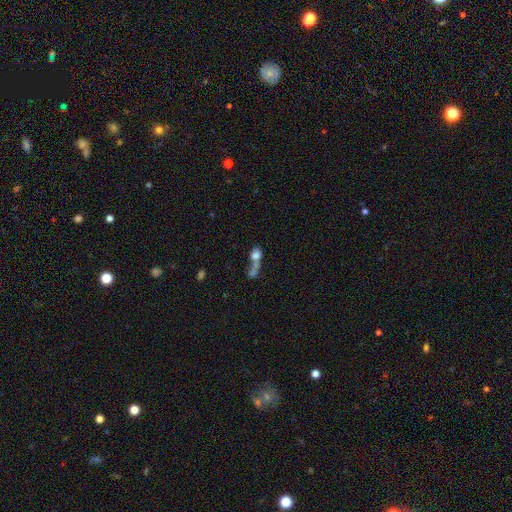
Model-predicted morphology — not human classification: smooth_or_featured: smooth (p=0.65) [alt: featured or disk p=0.22]
how_rounded: in between (p=0.50) [alt: round p=0.38]
merging: merger (p=0.64) [alt: none p=0.17]